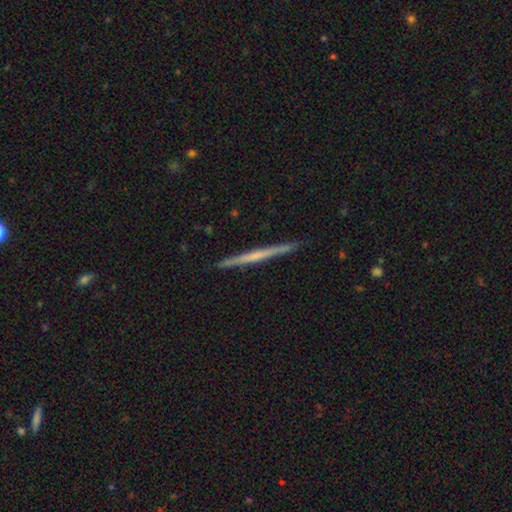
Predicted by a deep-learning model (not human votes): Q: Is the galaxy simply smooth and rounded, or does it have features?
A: featured or disk — 61%.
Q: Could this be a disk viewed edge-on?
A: yes — 98%.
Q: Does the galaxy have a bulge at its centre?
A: none — 72%.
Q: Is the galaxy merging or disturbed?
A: none — 91%.